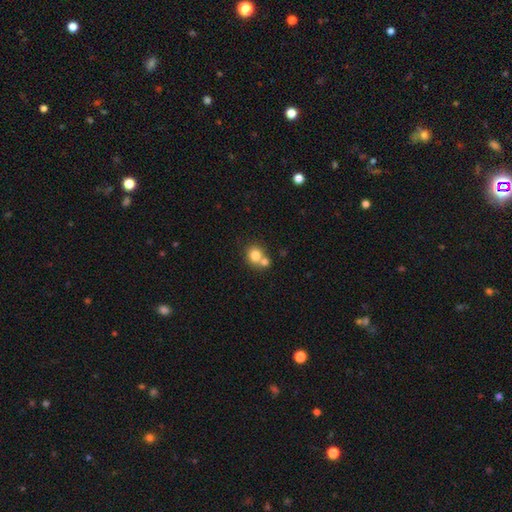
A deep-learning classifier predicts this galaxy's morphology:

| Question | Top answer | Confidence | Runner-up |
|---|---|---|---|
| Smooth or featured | smooth | 78% | featured or disk (12%) |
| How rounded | round | 81% | in between (18%) |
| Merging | none | 45% | tied: merger (45%) |